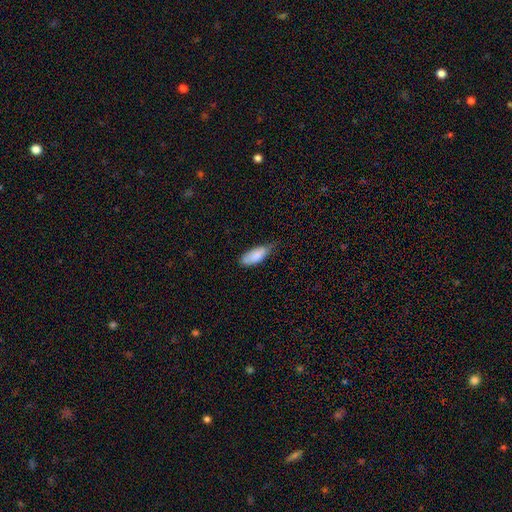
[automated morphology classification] type=smooth (85%); roundness=in between (79%); merging=none (57%).